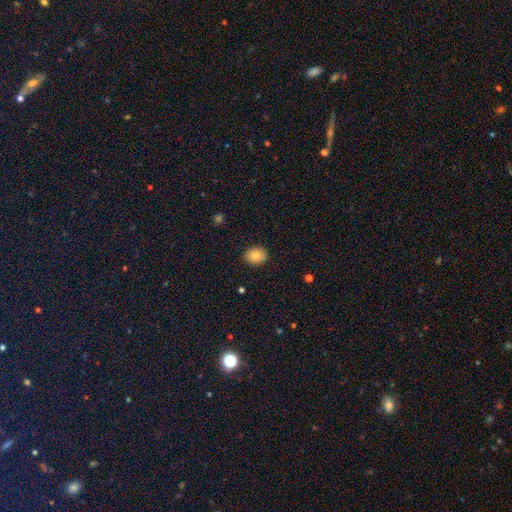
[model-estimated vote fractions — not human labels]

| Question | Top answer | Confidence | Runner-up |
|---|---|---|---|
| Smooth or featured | smooth | 80% | featured or disk (11%) |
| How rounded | round | 51% | in between (48%) |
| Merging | none | 89% | minor disturbance (8%) |